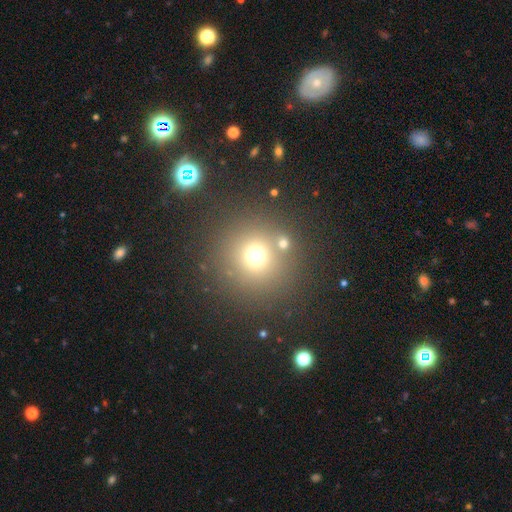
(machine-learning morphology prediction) A smooth galaxy with no disk features (68%) that is round (93%). Merging: none (76%).